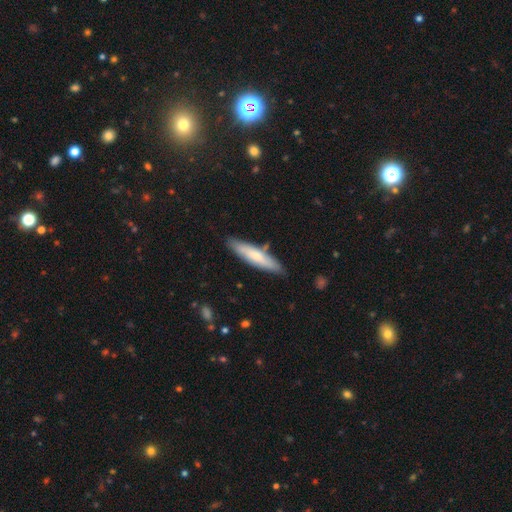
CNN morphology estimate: Smooth or featured: smooth — 65% (featured or disk — 29%)
How rounded: cigar-shaped — 81% (in between — 17%)
Merging: none — 83% (minor disturbance — 12%)